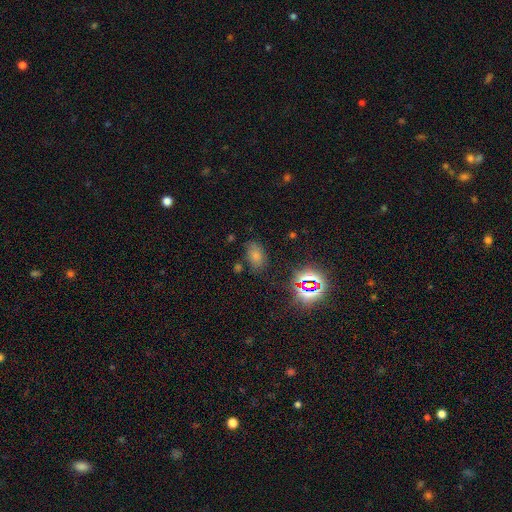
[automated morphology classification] Smooth or featured? Predicted: smooth (p=0.65). How rounded? Predicted: in between (p=0.86). Merging? Predicted: none (p=0.72).